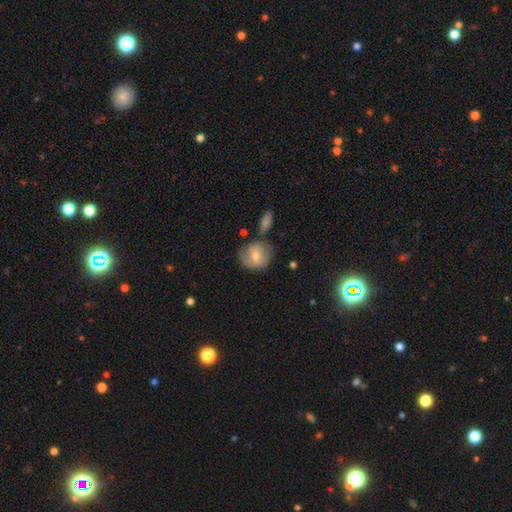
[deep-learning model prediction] Smooth or featured: smooth — 64% (featured or disk — 30%)
How rounded: round — 78% (in between — 21%)
Merging: none — 66% (minor disturbance — 19%)